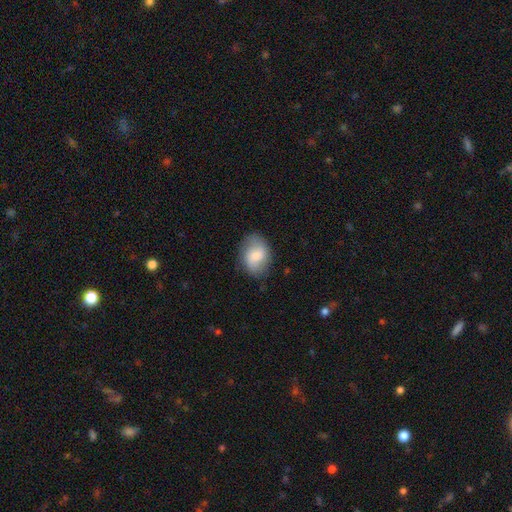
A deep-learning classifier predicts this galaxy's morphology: This is likely a smooth galaxy (69%). How rounded: likely in between (70%). Merging: likely none (77%).